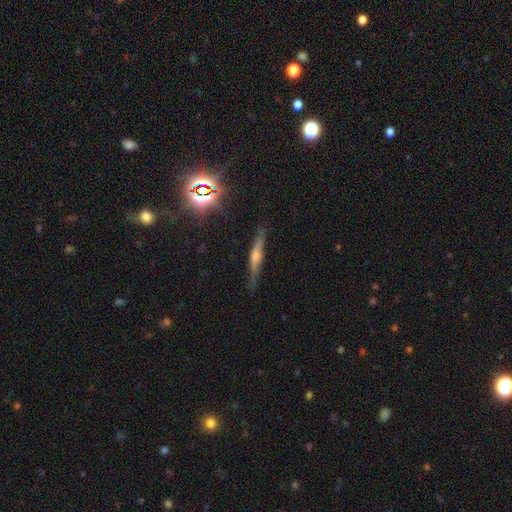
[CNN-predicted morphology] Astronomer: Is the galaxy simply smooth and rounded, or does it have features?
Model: featured or disk — 62%.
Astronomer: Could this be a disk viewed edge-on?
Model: yes — 95%.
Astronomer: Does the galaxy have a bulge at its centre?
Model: rounded — 75%.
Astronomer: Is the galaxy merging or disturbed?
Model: none — 84%.